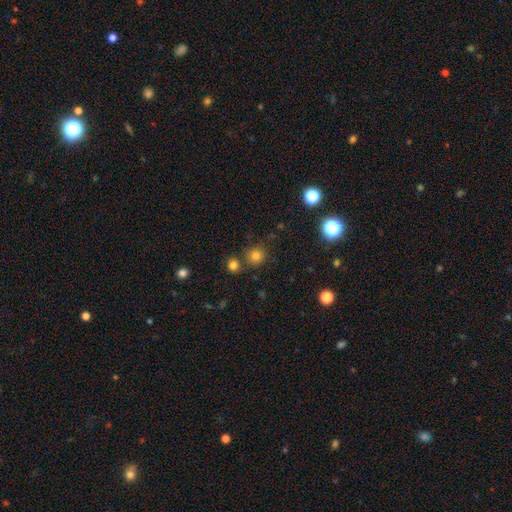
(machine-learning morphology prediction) type=smooth (77%); roundness=round (90%); merging=none (76%).